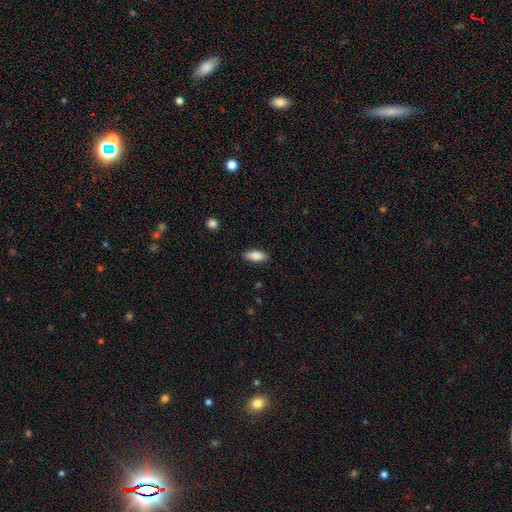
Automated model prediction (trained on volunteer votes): This is likely a smooth galaxy (80%). How rounded: likely in between (77%). Merging: clearly none (87%).